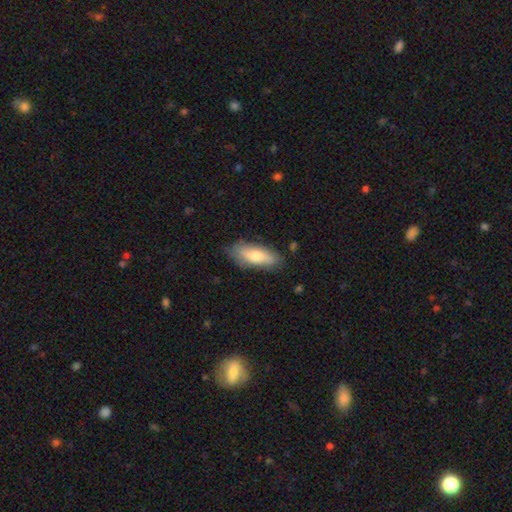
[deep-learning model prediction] smooth_or_featured: smooth (p=0.72) [alt: featured or disk p=0.22]
how_rounded: in between (p=0.72) [alt: cigar-shaped p=0.26]
merging: none (p=0.76) [alt: minor disturbance p=0.19]